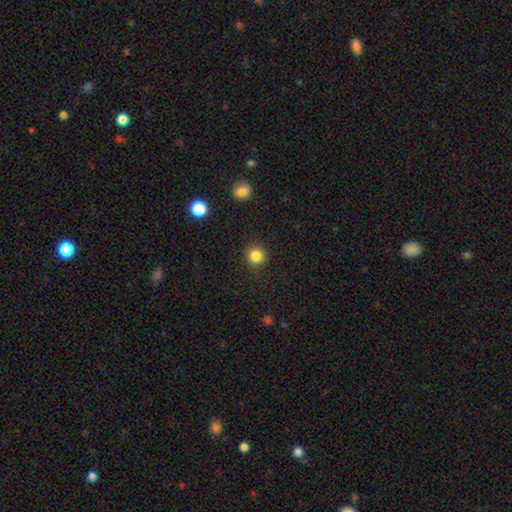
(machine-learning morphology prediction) smooth_or_featured: smooth (p=0.85) [alt: star or artifact p=0.11]
how_rounded: round (p=0.94) [alt: in between p=0.05]
merging: none (p=0.91) [alt: minor disturbance p=0.05]